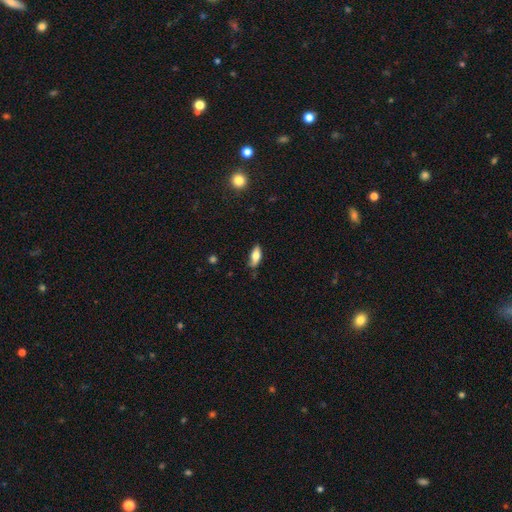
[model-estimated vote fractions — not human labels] This is likely a smooth galaxy (71%). How rounded: likely in between (72%). Merging: likely none (78%).